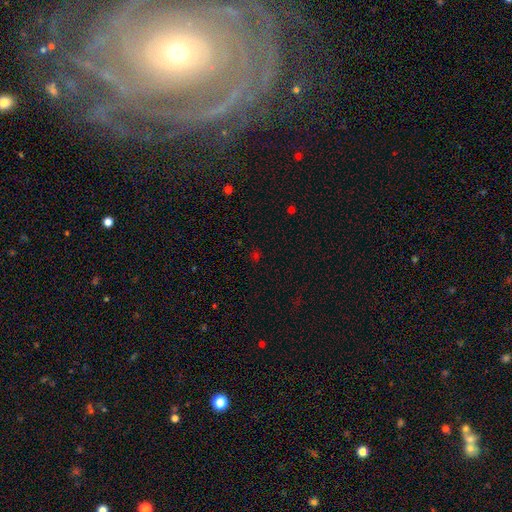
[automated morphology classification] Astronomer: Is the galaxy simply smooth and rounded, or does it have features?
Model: star or artifact — 50% (runner-up: smooth, 44%).